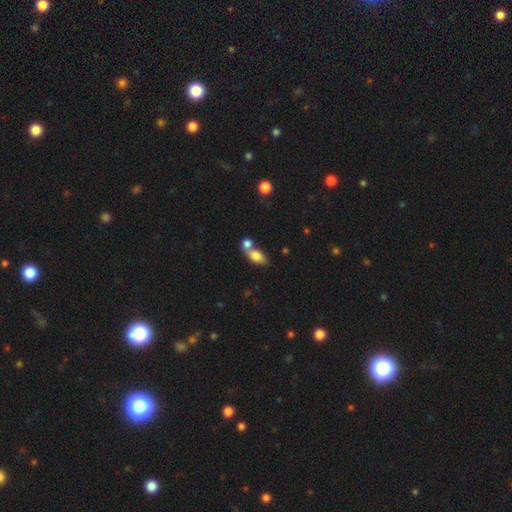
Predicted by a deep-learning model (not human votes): smooth-or-featured: smooth: 79% | featured or disk: 13% | star or artifact: 8%
  how-rounded: in between: 82% | round: 12% | cigar-shaped: 6%
  merging: merger: 54% | none: 34% | minor disturbance: 9% | major disturbance: 4%